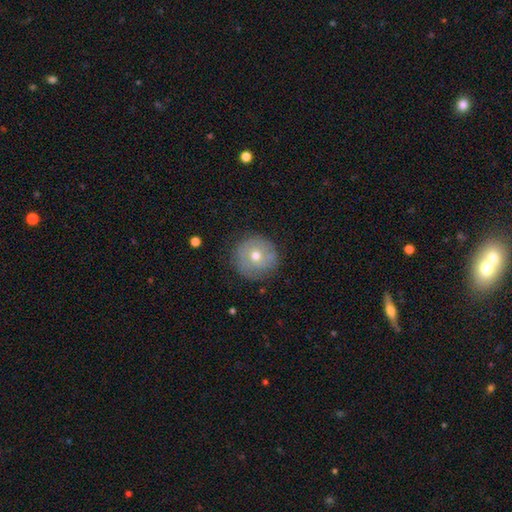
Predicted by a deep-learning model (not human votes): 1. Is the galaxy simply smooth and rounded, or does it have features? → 56% smooth, 33% featured or disk, 10% star or artifact.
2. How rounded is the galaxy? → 95% round, 4% in between, 1% cigar-shaped.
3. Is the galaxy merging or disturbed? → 81% none, 13% minor disturbance, 4% major disturbance, 1% merger.